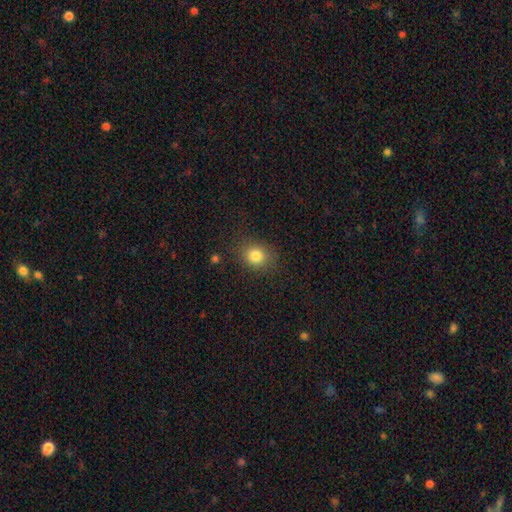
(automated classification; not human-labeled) smooth_or_featured: smooth (p=0.82) [alt: star or artifact p=0.11]
how_rounded: round (p=0.65) [alt: in between p=0.34]
merging: none (p=0.82) [alt: minor disturbance p=0.12]